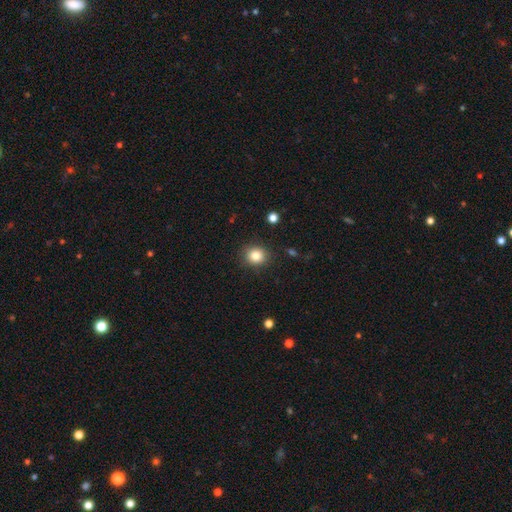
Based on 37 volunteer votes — This appears to be a smooth galaxy with no disk features (89%) that is round (91%). Merging: none (91%).